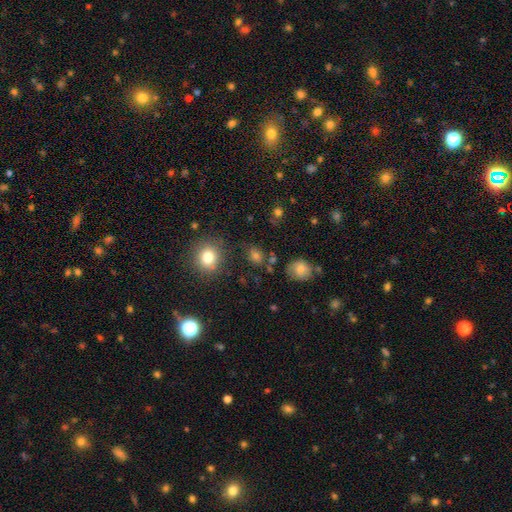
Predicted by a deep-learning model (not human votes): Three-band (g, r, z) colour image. It shows a smooth galaxy with no disk features (69%) that is round (61%). Merging: none (73%).